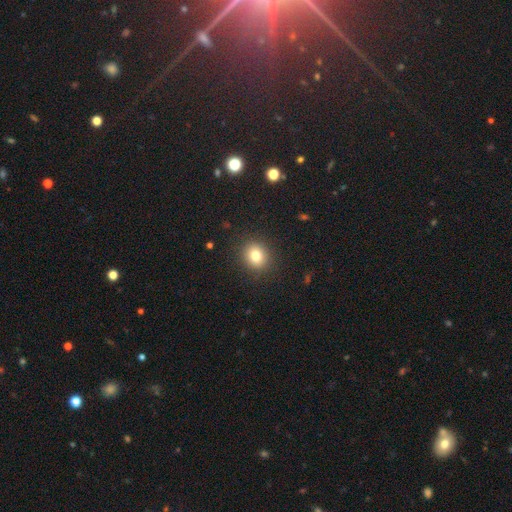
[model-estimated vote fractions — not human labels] smooth 80%, star or artifact 12%, featured or disk 9%. Down the decision tree: how rounded — round (79%); merging — none (90%).